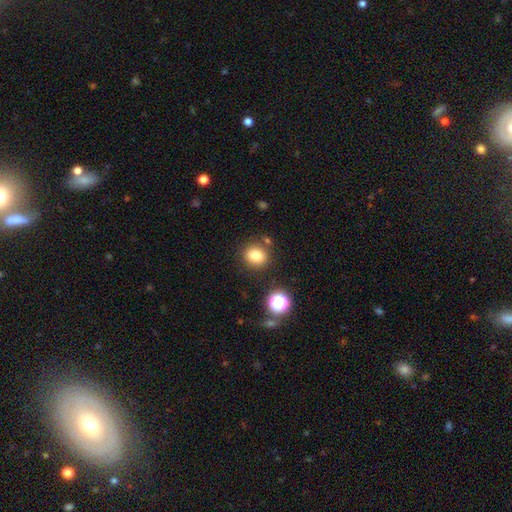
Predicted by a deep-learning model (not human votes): A smooth galaxy with no disk features (79%) that is round (78%). Merging: none (82%).